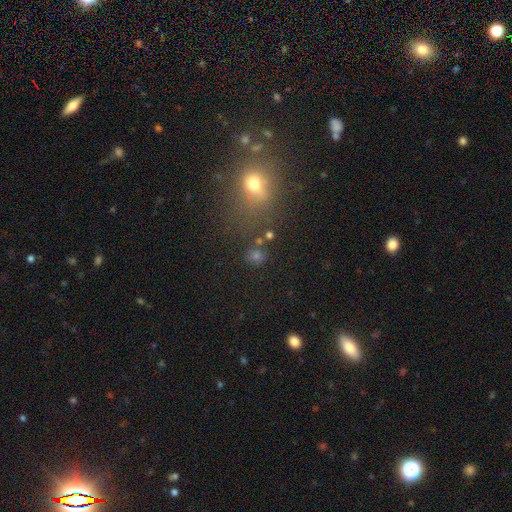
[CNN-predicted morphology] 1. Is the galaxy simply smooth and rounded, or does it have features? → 60% smooth, 30% star or artifact, 10% featured or disk.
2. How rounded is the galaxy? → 77% round, 21% in between, 2% cigar-shaped.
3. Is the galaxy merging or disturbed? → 70% none, 12% minor disturbance, 10% merger, 7% major disturbance.